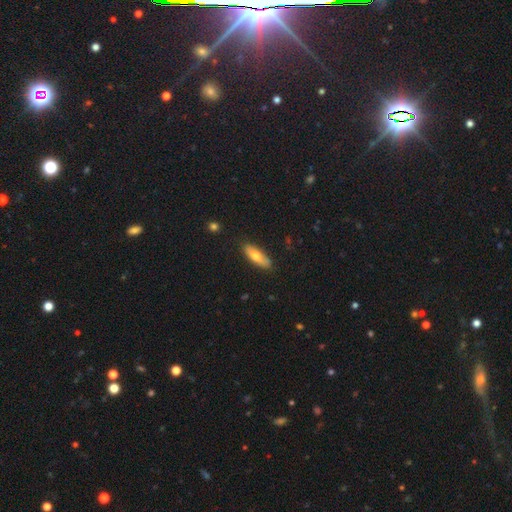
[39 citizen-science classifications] Overall: smooth (82%). How rounded: in between (56%; cigar-shaped 44%). Merging: none (82%).